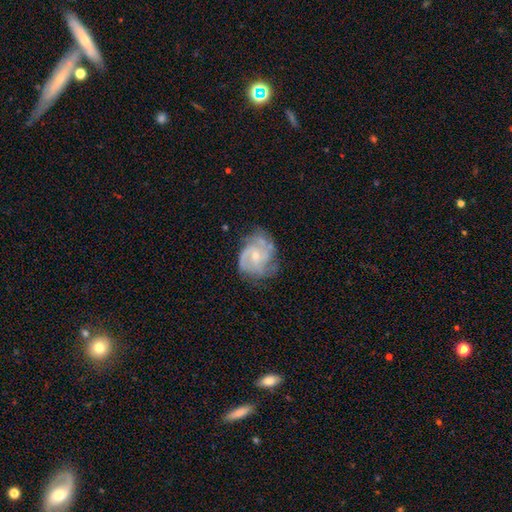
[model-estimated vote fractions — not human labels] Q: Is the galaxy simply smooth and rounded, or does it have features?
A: featured or disk — 81%.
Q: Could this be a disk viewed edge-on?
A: no — 98%.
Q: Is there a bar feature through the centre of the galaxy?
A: no — 66%.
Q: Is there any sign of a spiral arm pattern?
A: yes — 92%.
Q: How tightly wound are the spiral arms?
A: medium — 44%.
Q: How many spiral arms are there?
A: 3 — 30%.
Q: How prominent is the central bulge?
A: small — 61%.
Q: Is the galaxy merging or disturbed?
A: none — 60%.